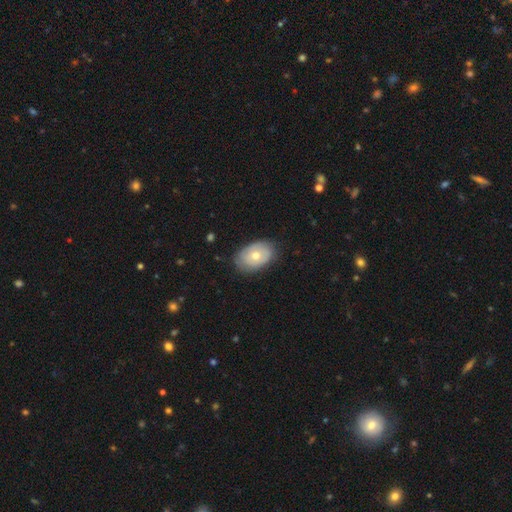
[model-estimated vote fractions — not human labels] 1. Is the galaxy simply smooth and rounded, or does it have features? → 49% smooth, 44% featured or disk, 7% star or artifact.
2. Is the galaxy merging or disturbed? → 79% none, 17% minor disturbance, 4% major disturbance, 1% merger.